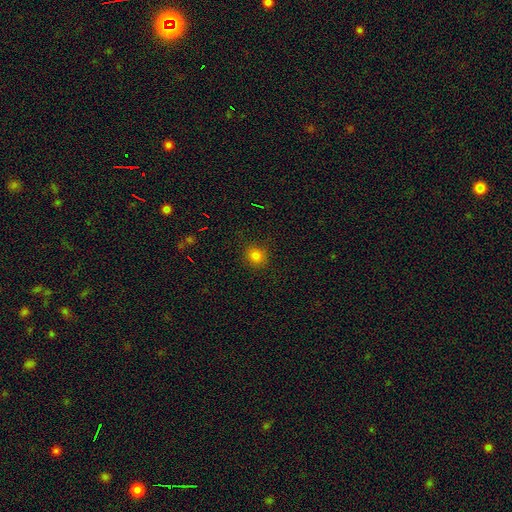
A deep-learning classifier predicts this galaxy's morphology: This appears to be a smooth galaxy with no disk features (80%) that is round (78%). Merging: none (87%).